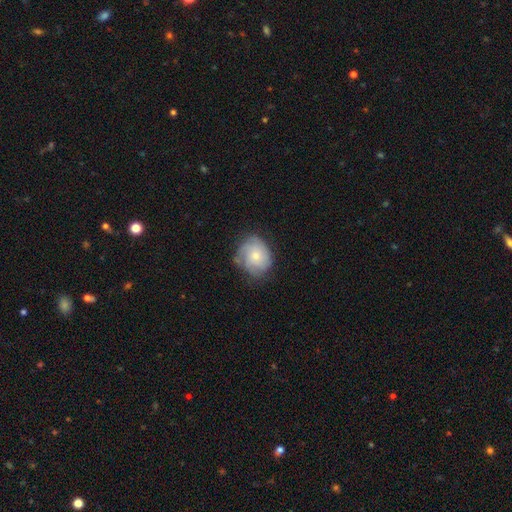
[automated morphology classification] Smooth or featured?
  - featured or disk: 54% *
  - smooth: 38%
  - star or artifact: 8%
Edge-on disk?
  - no: 98% *
  - yes: 2%
Bar?
  - no: 83% *
  - weak: 15%
  - strong: 2%
Spiral arms?
  - yes: 85% *
  - no: 15%
Bulge size?
  - small: 61% *
  - moderate: 34%
  - none: 2%
  - large: 2%
  - dominant: 1%
Merging?
  - none: 62% *
  - minor disturbance: 26%
  - major disturbance: 10%
  - merger: 2%